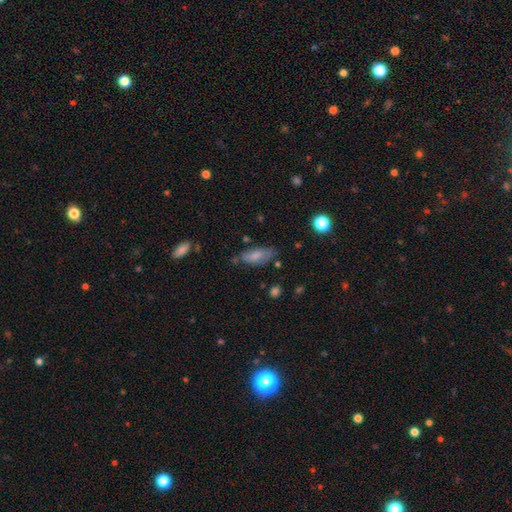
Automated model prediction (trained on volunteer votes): Morphology: type=smooth (74%); roundness=in between (79%); merging=none (63%).